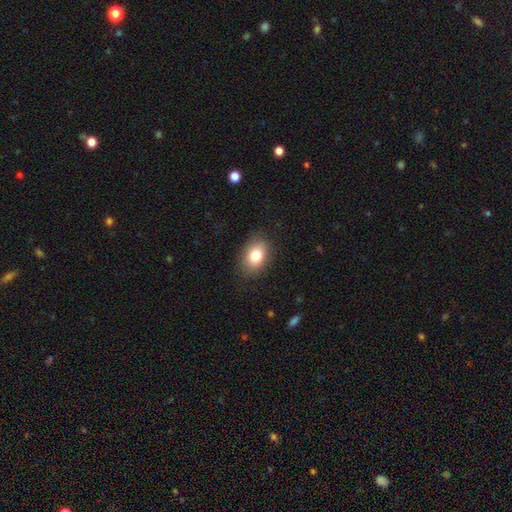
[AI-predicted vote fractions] This is likely a smooth galaxy (80%). How rounded: likely in between (79%). Merging: clearly none (84%).